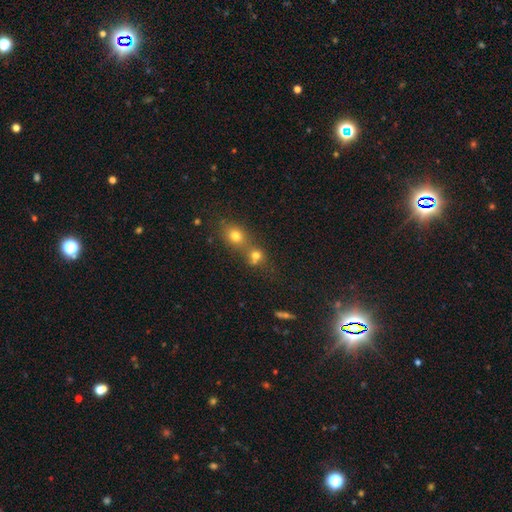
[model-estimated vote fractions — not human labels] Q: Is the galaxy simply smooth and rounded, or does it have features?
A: smooth — 71%.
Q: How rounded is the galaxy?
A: round — 78%.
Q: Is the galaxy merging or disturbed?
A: merger — 54%.